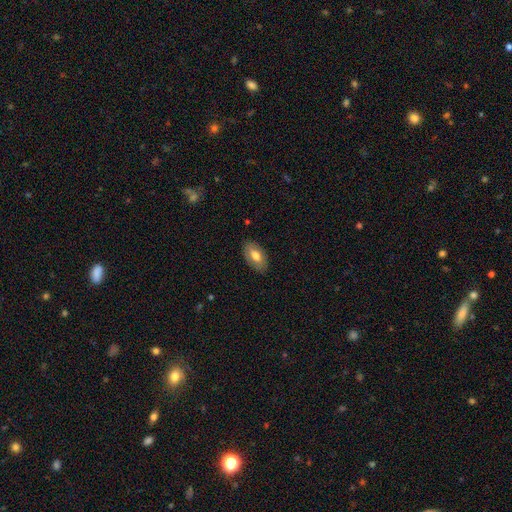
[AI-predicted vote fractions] A smooth galaxy with no disk features (70%) that is in between round and cigar-shaped (93%). Merging: none (85%).